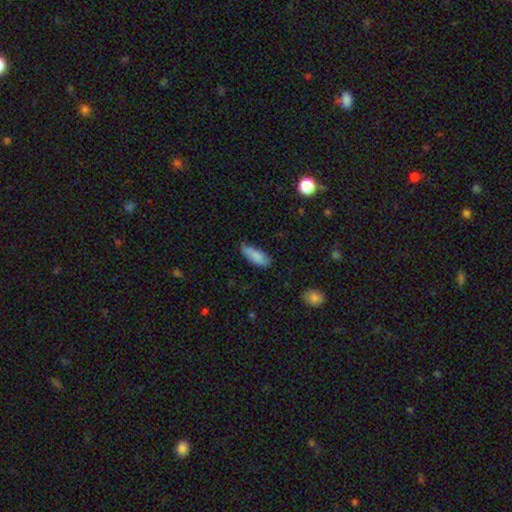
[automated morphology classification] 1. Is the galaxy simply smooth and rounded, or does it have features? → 85% smooth, 9% featured or disk, 6% star or artifact.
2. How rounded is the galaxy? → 74% in between, 24% cigar-shaped, 2% round.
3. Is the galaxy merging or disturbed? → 63% none, 30% minor disturbance, 5% major disturbance, 2% merger.